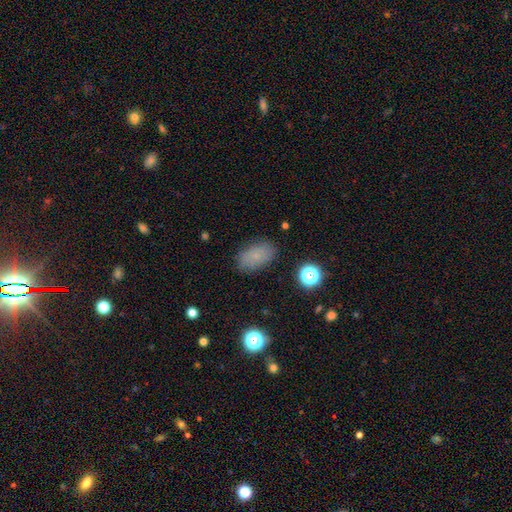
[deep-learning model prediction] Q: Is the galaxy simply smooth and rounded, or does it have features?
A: smooth — 73%.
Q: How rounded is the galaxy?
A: in between — 89%.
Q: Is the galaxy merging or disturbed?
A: none — 81%.